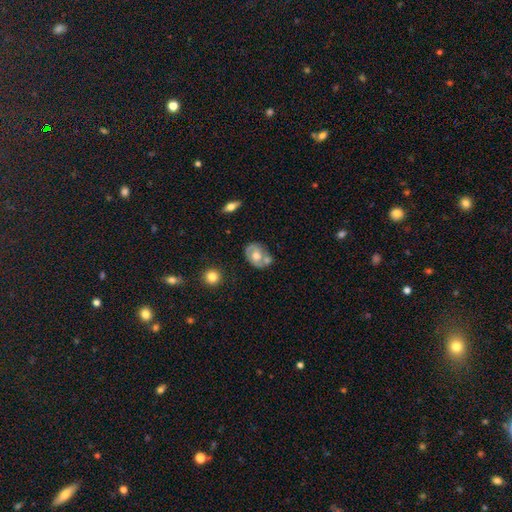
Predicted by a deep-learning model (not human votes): Morphology: type=featured or disk (58%); edge-on=no (95%); bar=no (70%); spiral arms=yes (57%); bulge=moderate (70%); merging=none (46%).